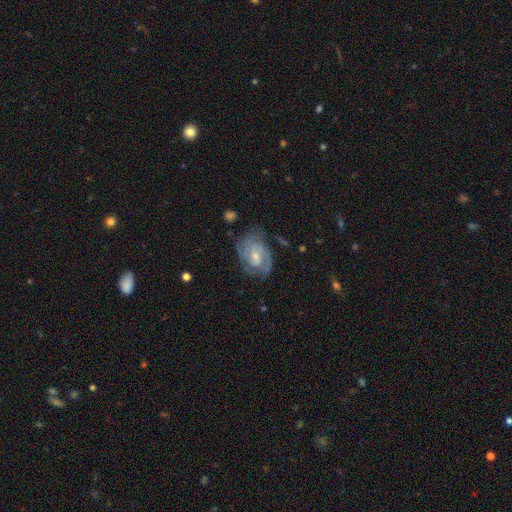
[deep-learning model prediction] smooth-or-featured: featured or disk: 76% | smooth: 17% | star or artifact: 6%
  disk-edge-on: no: 97% | yes: 3%
    bar: weak: 47% | no: 45% | strong: 8%
    has-spiral-arms: yes: 89% | no: 11%
      spiral-winding: tight: 49% | medium: 39% | loose: 11%
      spiral-arm-count: 2: 51% | can't tell: 27% | 3: 11% | 1: 6% | 4: 3% | more than 4: 2%
    bulge-size: small: 45% | moderate: 44% | none: 6% | large: 4% | dominant: 1%
  merging: none: 62% | minor disturbance: 24% | major disturbance: 12% | merger: 2%